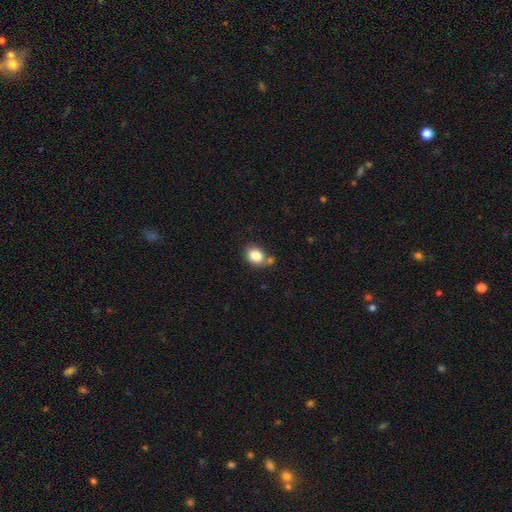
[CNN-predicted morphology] A smooth galaxy with no disk features (84%) that is in between round and cigar-shaped (55%). Merging: none (66%).